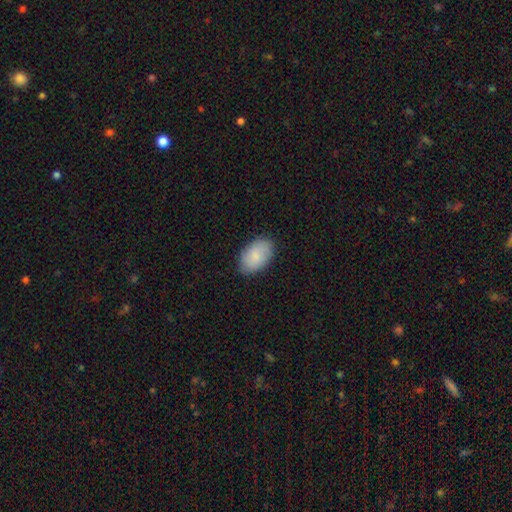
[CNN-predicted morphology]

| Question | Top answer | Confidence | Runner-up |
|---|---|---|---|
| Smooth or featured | smooth | 86% | featured or disk (9%) |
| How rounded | in between | 93% | round (6%) |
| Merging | none | 85% | minor disturbance (11%) |